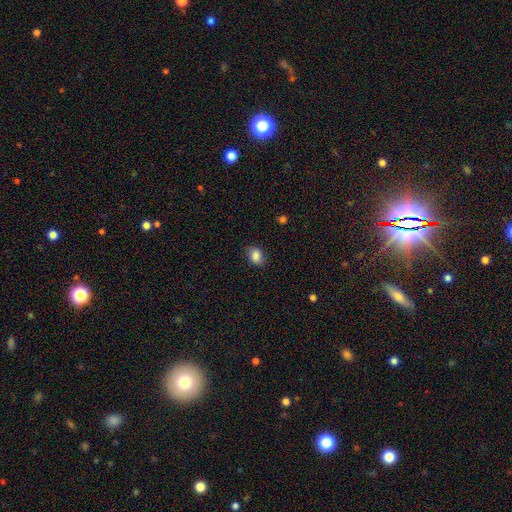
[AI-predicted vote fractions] Q: Smooth or featured?
A: smooth (86%); runner-up: star or artifact (9%)
Q: How rounded?
A: in between (62%); runner-up: round (37%)
Q: Merging?
A: none (83%); runner-up: minor disturbance (13%)